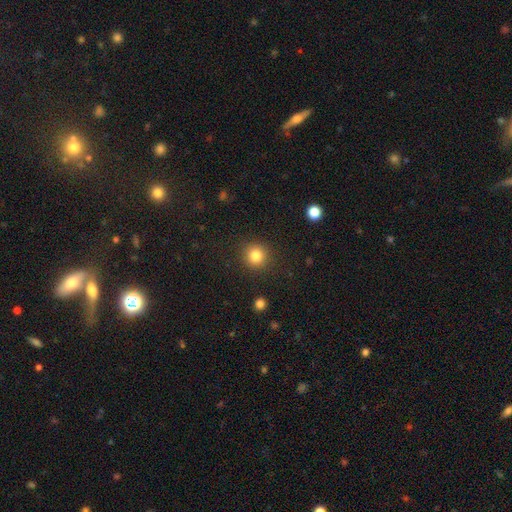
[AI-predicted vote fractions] smooth-or-featured: smooth: 82% | star or artifact: 12% | featured or disk: 6%
  how-rounded: round: 93% | in between: 6% | cigar-shaped: 1%
  merging: none: 90% | minor disturbance: 6% | major disturbance: 3% | merger: 1%